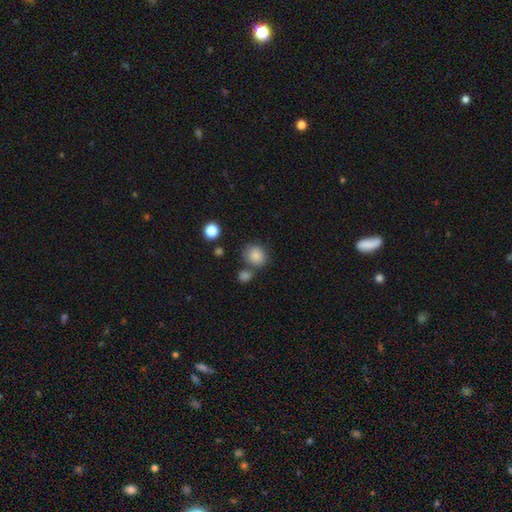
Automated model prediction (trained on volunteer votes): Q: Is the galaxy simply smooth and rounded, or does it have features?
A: smooth — 85%.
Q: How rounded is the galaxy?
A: round — 75%.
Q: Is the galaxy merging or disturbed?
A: none — 68%.